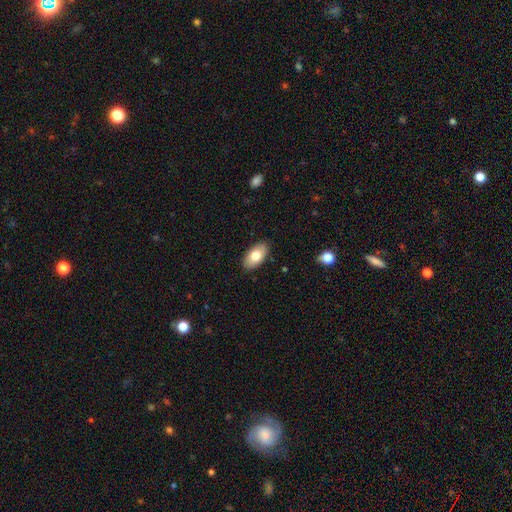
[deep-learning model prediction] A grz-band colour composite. It shows a smooth galaxy with no disk features (78%) that is in between round and cigar-shaped (94%). Merging: none (88%).